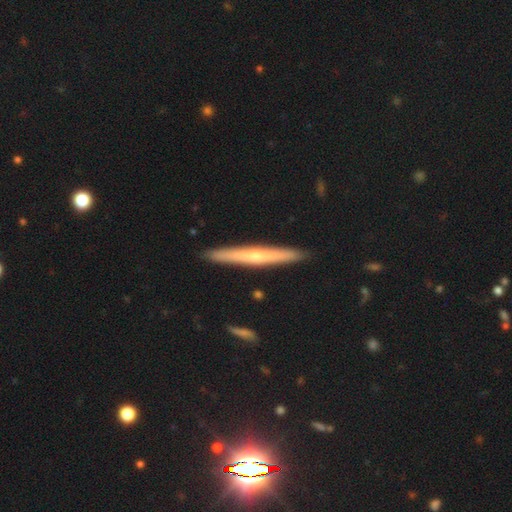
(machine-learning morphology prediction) A featured or disk galaxy (56%) viewed edge-on (96%) with a rounded central bulge (57%).

Vote fractions:
- Smooth or featured? featured or disk: 56% / smooth: 38% / star or artifact: 6%
- Edge-on disk? yes: 96% / no: 4%
- Edge-on bulge? rounded: 57% / none: 40% / boxy: 3%
- Merging? none: 91% / minor disturbance: 6% / merger: 1% / major disturbance: 1%